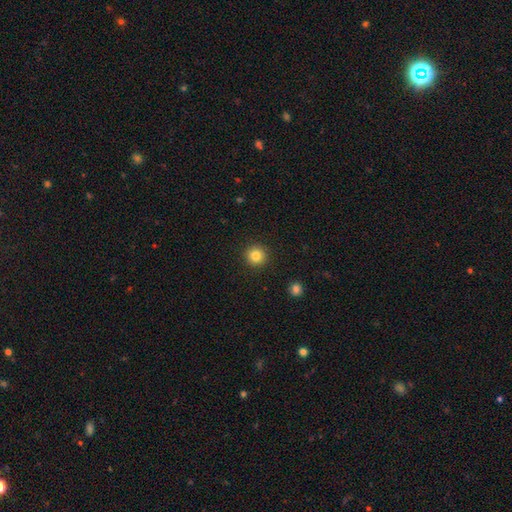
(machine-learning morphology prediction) smooth-or-featured: smooth: 83% | star or artifact: 11% | featured or disk: 6%
  how-rounded: round: 95% | in between: 4% | cigar-shaped: 1%
  merging: none: 92% | minor disturbance: 5% | major disturbance: 2% | merger: 1%